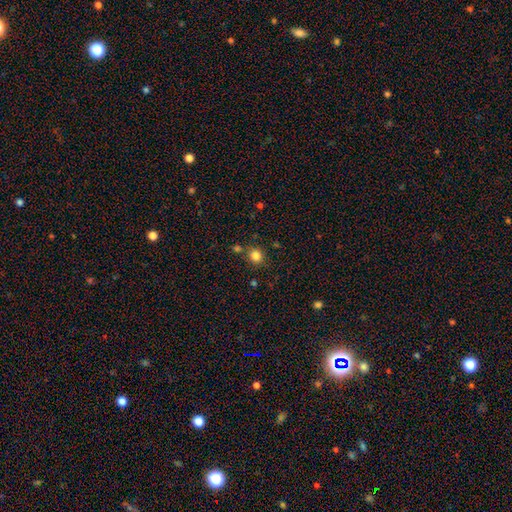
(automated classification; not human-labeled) Smooth or featured?
  - smooth: 83% *
  - star or artifact: 12%
  - featured or disk: 5%
How rounded?
  - round: 82% *
  - in between: 17%
  - cigar-shaped: 1%
Merging?
  - none: 78% *
  - minor disturbance: 10%
  - merger: 9%
  - major disturbance: 3%